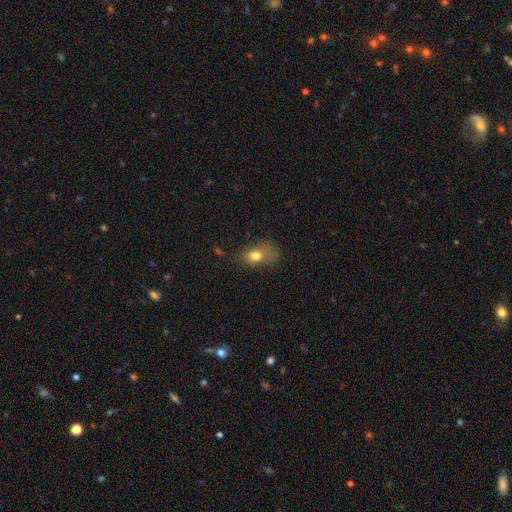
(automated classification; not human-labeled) Morphology: type=smooth (75%); roundness=in between (76%); merging=none (41%).